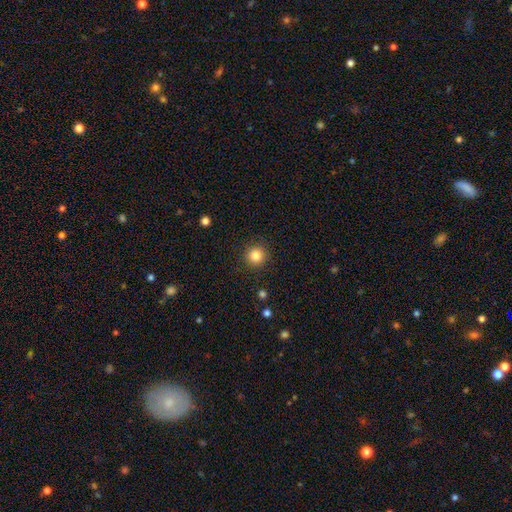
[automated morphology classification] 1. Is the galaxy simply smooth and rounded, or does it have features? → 83% smooth, 11% star or artifact, 5% featured or disk.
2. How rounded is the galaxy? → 95% round, 4% in between, 1% cigar-shaped.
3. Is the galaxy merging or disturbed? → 91% none, 6% minor disturbance, 2% major disturbance, 1% merger.